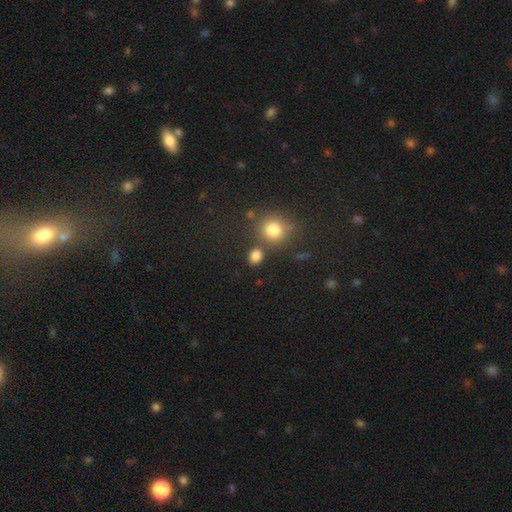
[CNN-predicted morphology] smooth-or-featured: smooth: 82% | star or artifact: 13% | featured or disk: 5%
  how-rounded: round: 56% | in between: 43% | cigar-shaped: 1%
  merging: none: 73% | merger: 13% | minor disturbance: 10% | major disturbance: 4%